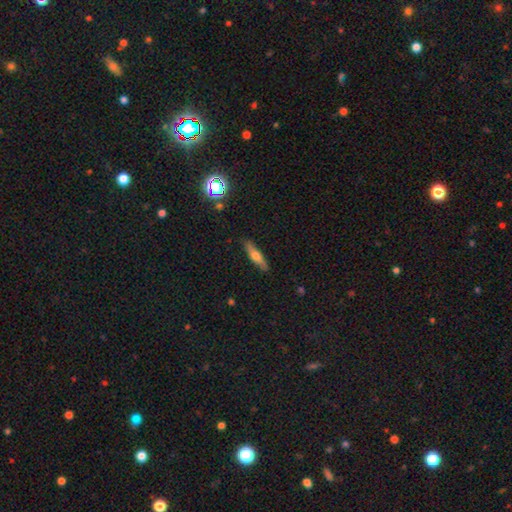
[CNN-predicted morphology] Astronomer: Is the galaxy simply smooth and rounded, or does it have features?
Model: smooth — 54% (runner-up: featured or disk, 38%).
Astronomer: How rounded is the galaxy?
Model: cigar-shaped — 73%.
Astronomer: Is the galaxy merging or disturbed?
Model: none — 86%.